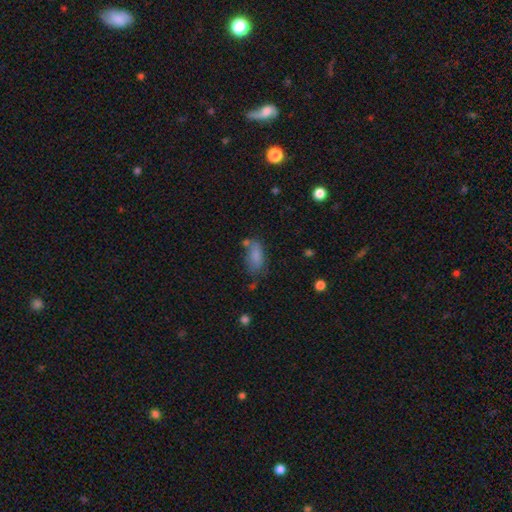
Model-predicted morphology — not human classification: Smooth or featured? smooth (80%)
How rounded? in between (88%)
Merging? none (49%)